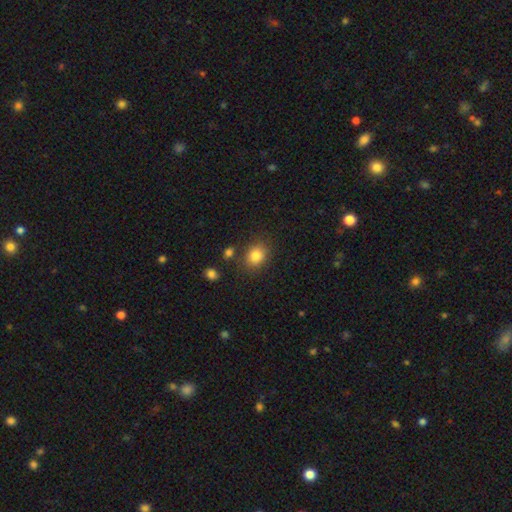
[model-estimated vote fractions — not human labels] Smooth or featured? Predicted: smooth (p=0.84). How rounded? Predicted: round (p=0.59). Merging? Predicted: none (p=0.78).